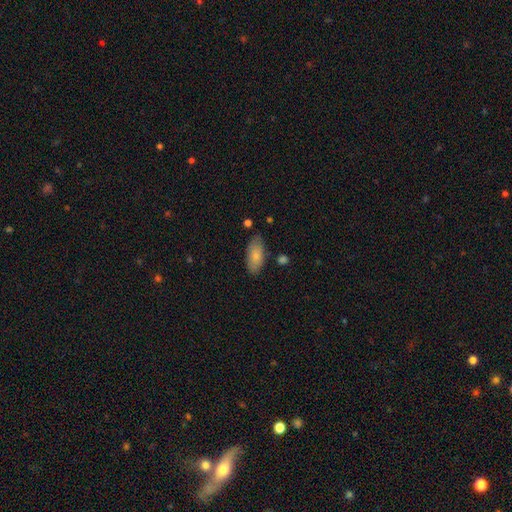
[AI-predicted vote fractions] A smooth galaxy with no disk features (81%) that is in between round and cigar-shaped (90%). Merging: none (74%).